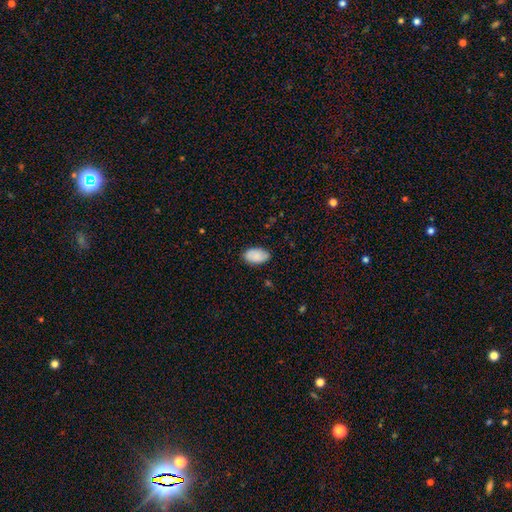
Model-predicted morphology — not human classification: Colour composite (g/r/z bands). It shows a smooth galaxy with no disk features (87%) that is in between round and cigar-shaped (94%). Merging: none (80%).